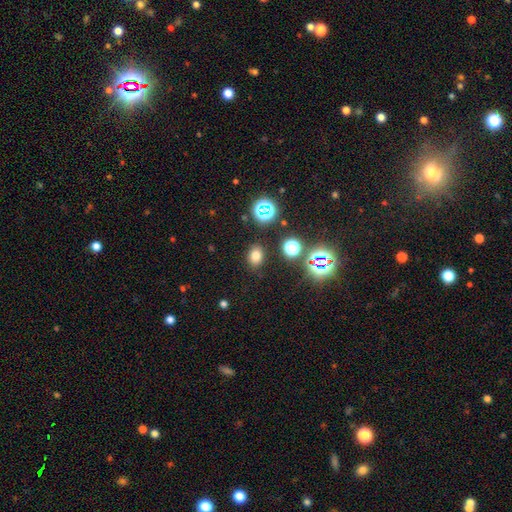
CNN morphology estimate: smooth 73%, star or artifact 20%, featured or disk 7%. Down the decision tree: how rounded — in between (64%); merging — none (85%).